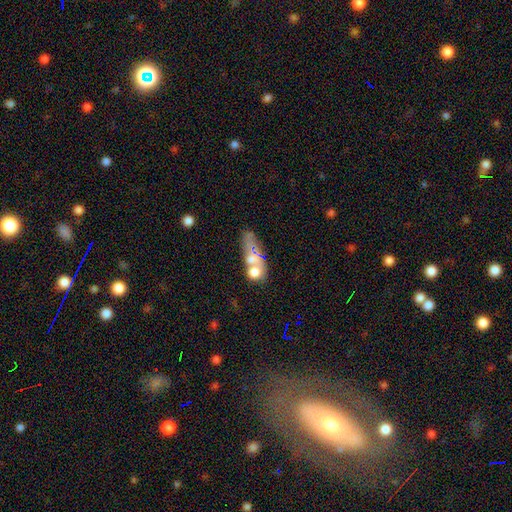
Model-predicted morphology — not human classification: Smooth or featured? smooth (48%)
Merging? none (44%)